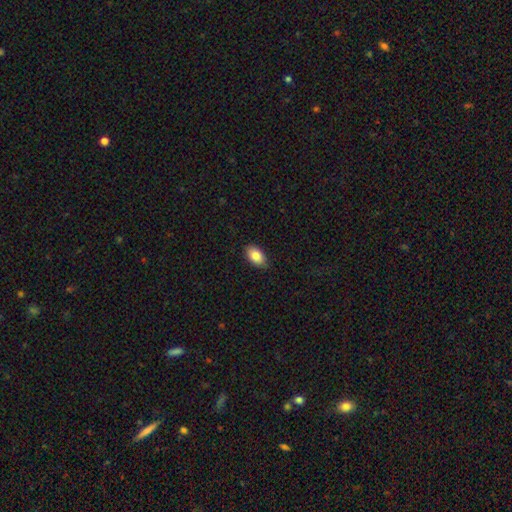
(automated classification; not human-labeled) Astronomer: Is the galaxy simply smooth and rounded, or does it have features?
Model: smooth — 84%.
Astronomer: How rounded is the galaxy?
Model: in between — 90%.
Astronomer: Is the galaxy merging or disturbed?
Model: none — 86%.